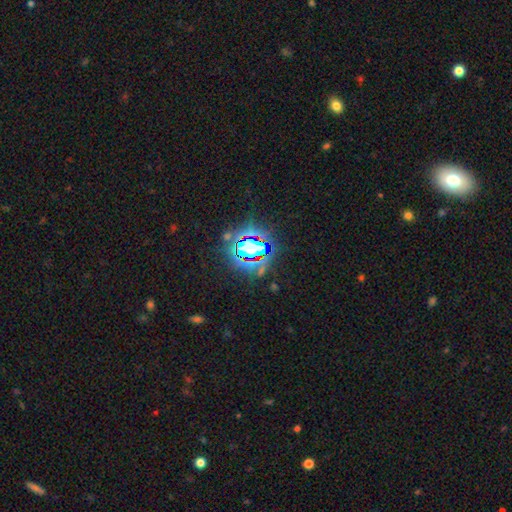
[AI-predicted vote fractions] smooth_or_featured: star or artifact (p=0.78) [alt: smooth p=0.13]